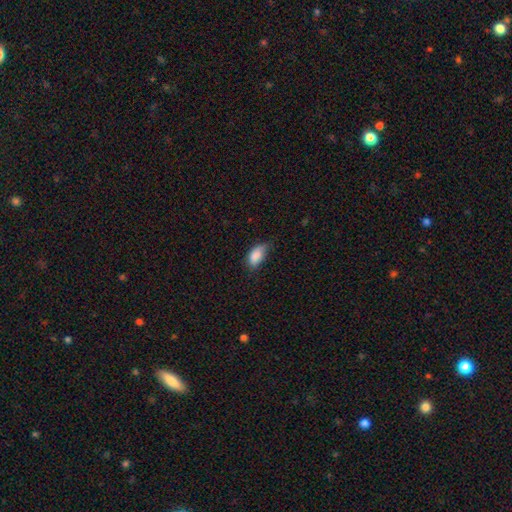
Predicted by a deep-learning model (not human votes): A smooth galaxy with no disk features (85%) that is in between round and cigar-shaped (92%). Merging: minor disturbance (45%).